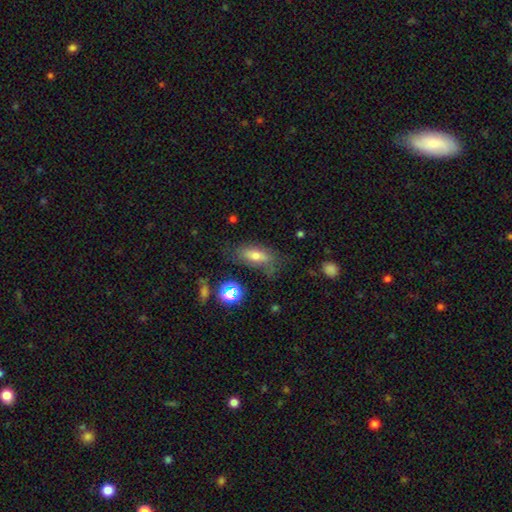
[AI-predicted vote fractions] smooth_or_featured: smooth (p=0.63) [alt: featured or disk p=0.25]
how_rounded: in between (p=0.73) [alt: cigar-shaped p=0.22]
merging: none (p=0.61) [alt: minor disturbance p=0.24]